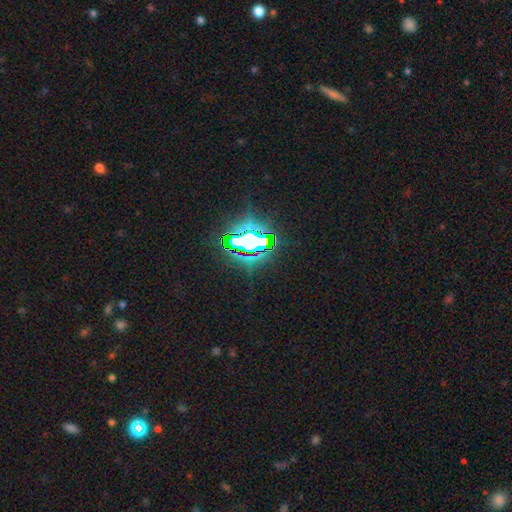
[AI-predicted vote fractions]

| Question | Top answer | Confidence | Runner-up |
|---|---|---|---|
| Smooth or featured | star or artifact | 84% | smooth (9%) |